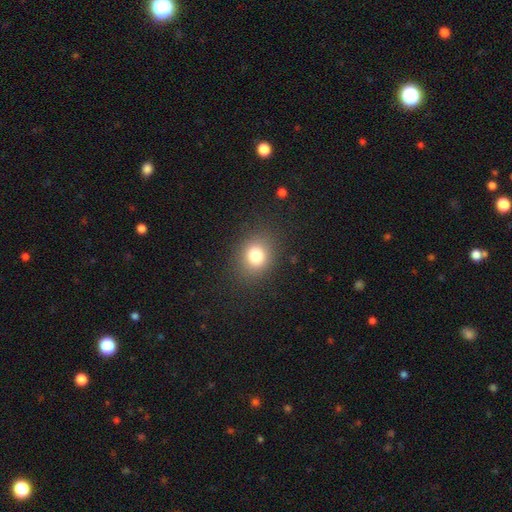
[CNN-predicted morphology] smooth-or-featured: smooth: 79% | star or artifact: 13% | featured or disk: 8%
  how-rounded: round: 59% | in between: 40% | cigar-shaped: 1%
  merging: none: 86% | minor disturbance: 9% | major disturbance: 4% | merger: 1%